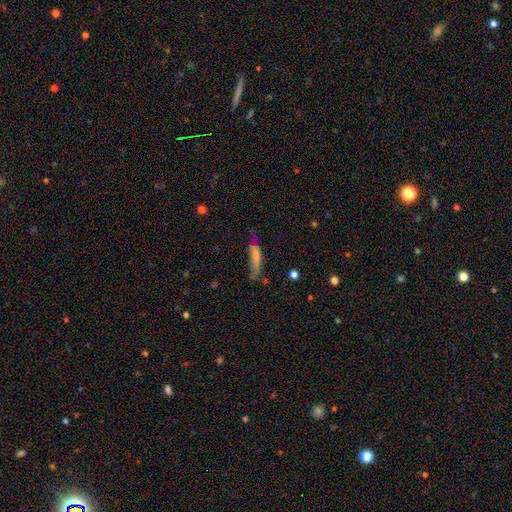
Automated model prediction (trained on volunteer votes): smooth_or_featured: smooth (p=0.59) [alt: featured or disk p=0.33]
how_rounded: cigar-shaped (p=0.79) [alt: in between p=0.19]
merging: none (p=0.53) [alt: minor disturbance p=0.31]